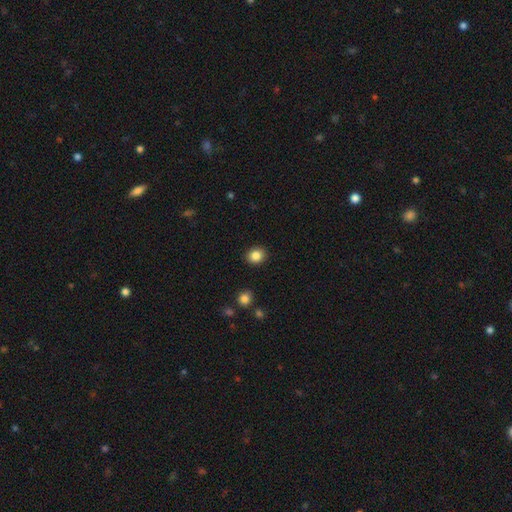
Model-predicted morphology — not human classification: Smooth or featured? Predicted: smooth (p=0.85). How rounded? Predicted: round (p=0.66). Merging? Predicted: none (p=0.90).